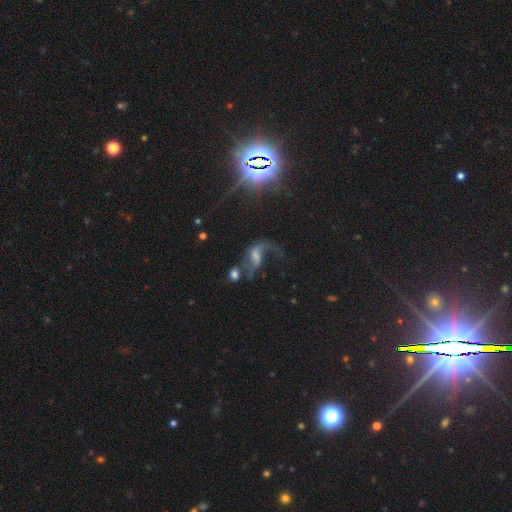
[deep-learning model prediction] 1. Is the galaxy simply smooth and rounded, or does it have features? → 71% featured or disk, 15% smooth, 14% star or artifact.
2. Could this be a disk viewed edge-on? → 96% no, 4% yes.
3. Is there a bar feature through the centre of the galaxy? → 43% weak, 40% no, 17% strong.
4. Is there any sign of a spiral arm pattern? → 86% yes, 14% no.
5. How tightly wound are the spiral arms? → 82% loose, 15% medium, 3% tight.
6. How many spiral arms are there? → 62% 2, 30% 1, 4% can't tell, 1% 3, 1% 4, 1% more than 4.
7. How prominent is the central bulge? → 35% small, 28% none, 27% moderate, 8% large, 2% dominant.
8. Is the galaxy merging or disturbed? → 34% major disturbance, 32% none, 20% merger, 14% minor disturbance.